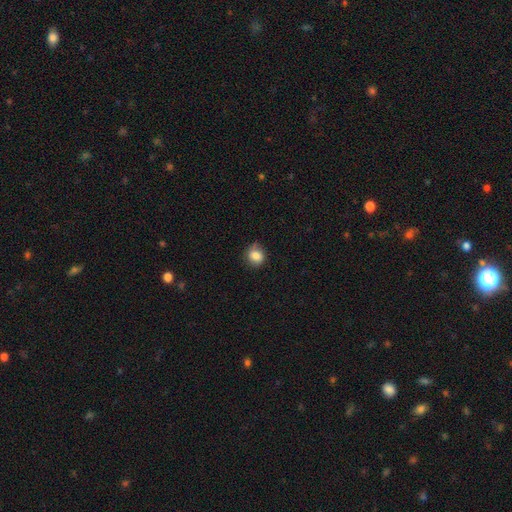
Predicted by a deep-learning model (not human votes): This appears to be a smooth galaxy with no disk features (82%) that is round (75%). Merging: none (69%).